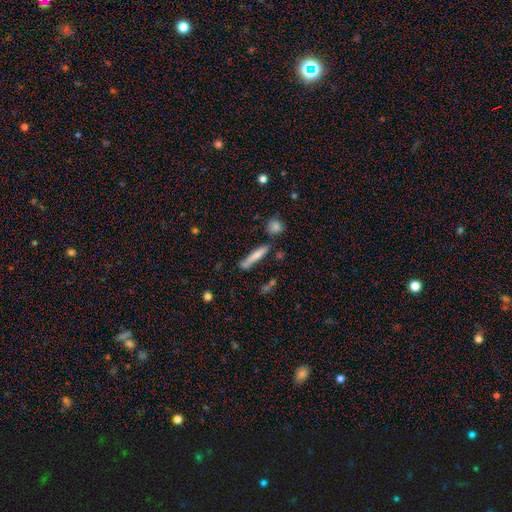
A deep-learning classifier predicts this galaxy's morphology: Smooth or featured: smooth — 65% (featured or disk — 28%)
How rounded: cigar-shaped — 89% (in between — 9%)
Merging: none — 71% (minor disturbance — 16%)